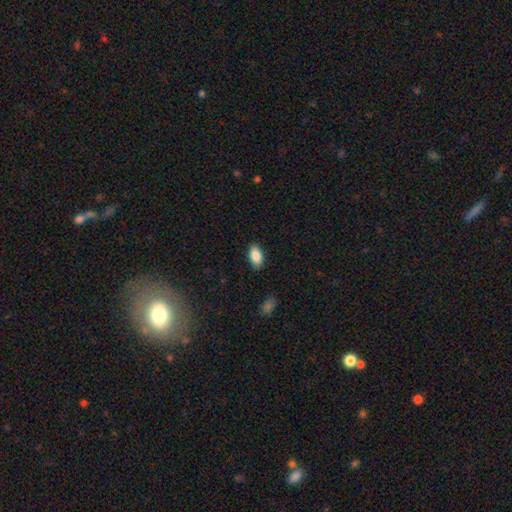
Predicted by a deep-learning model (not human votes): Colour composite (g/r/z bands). It shows a smooth galaxy with no disk features (88%) that is in between round and cigar-shaped (93%). Merging: none (86%).